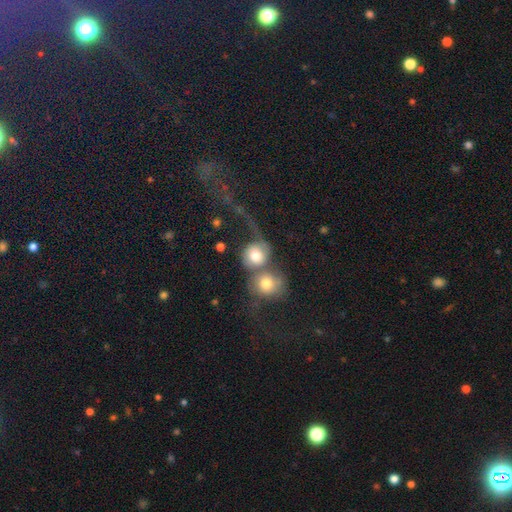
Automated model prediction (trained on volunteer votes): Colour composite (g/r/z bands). It shows a smooth galaxy with no disk features (68%) that is round (80%). Merging: merger (63%).